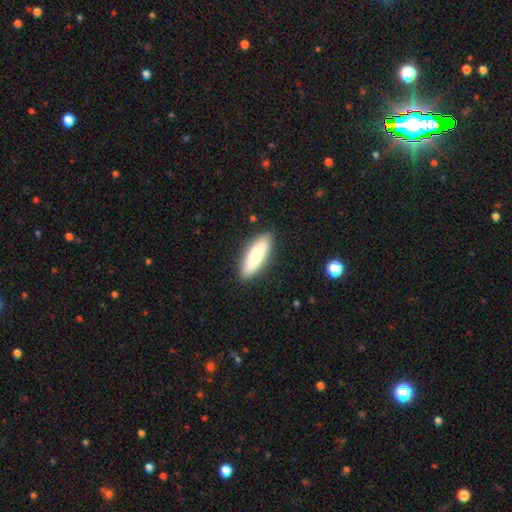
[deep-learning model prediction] smooth_or_featured: smooth (p=0.83) [alt: featured or disk p=0.11]
how_rounded: in between (p=0.51) [alt: cigar-shaped p=0.48]
merging: none (p=0.87) [alt: minor disturbance p=0.09]